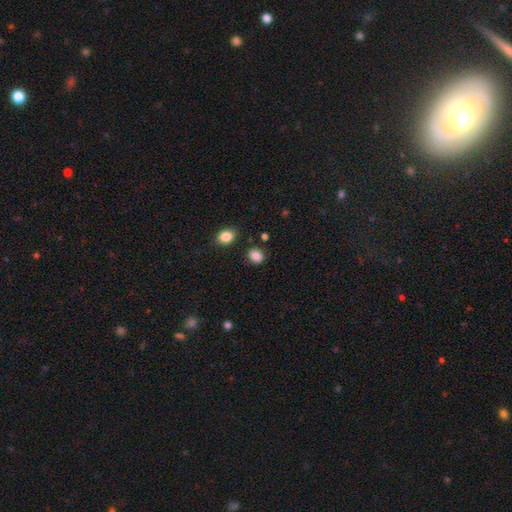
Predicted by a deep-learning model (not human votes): This is clearly a smooth galaxy (86%). How rounded: likely round (61%). Merging: clearly none (84%).